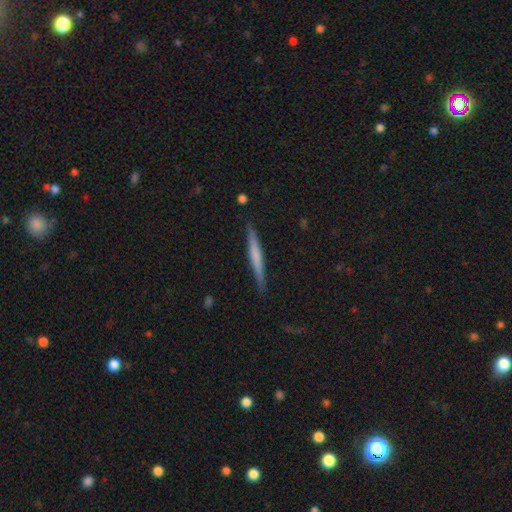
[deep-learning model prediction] Smooth or featured: smooth — 51% (featured or disk — 43%)
How rounded: cigar-shaped — 96% (in between — 3%)
Merging: none — 88% (minor disturbance — 9%)